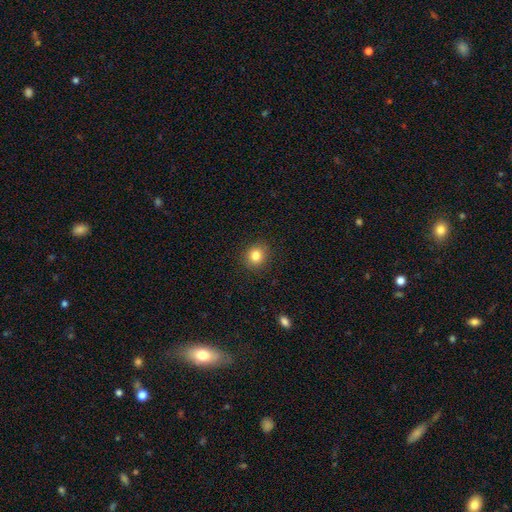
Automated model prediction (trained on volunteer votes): The model was most divided on "how rounded": round: 83%, in between: 16%, cigar-shaped: 1%. More confident: merging — none (90%); smooth or featured — smooth (83%).